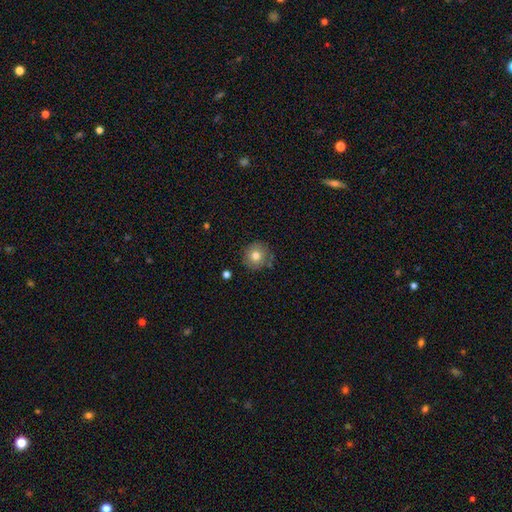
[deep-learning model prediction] This appears to be a smooth galaxy with no disk features (78%) that is round (93%). Merging: none (84%).